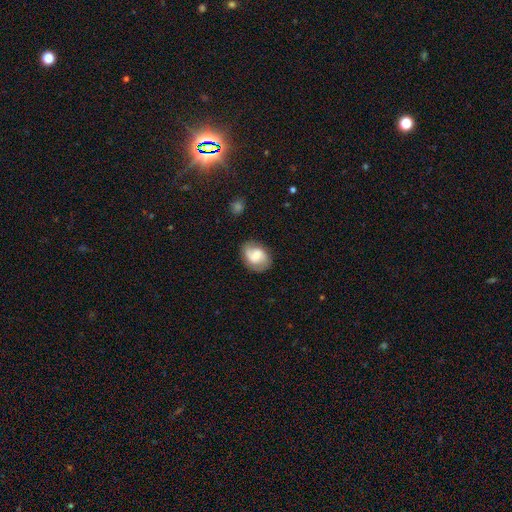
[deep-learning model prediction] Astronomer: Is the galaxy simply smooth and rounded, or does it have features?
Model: featured or disk — 54% (runner-up: smooth, 38%).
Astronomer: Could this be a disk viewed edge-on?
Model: no — 97%.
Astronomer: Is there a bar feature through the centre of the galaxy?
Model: weak — 49% (runner-up: no, 37%).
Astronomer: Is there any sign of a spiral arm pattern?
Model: yes — 86%.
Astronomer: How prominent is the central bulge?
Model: moderate — 45% (runner-up: small, 31%).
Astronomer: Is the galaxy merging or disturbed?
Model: none — 75%.